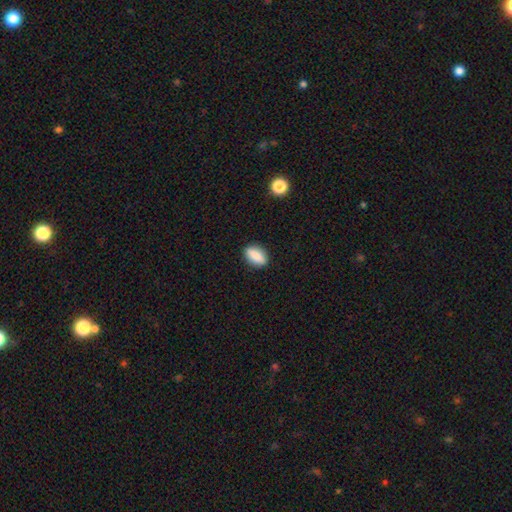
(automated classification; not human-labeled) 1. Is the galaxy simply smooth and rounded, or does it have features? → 82% smooth, 11% featured or disk, 7% star or artifact.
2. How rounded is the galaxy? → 82% in between, 9% cigar-shaped, 9% round.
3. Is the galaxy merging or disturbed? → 88% none, 8% minor disturbance, 2% major disturbance, 1% merger.